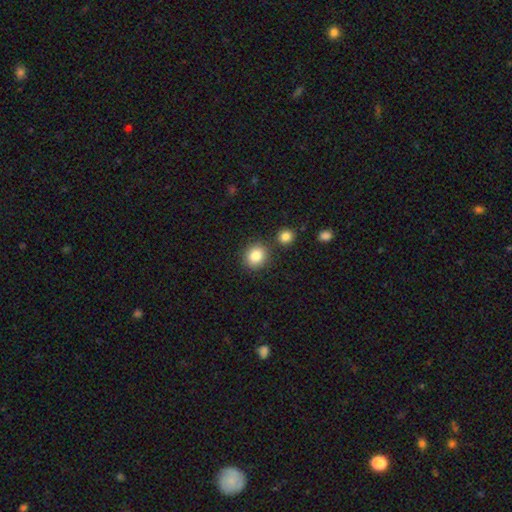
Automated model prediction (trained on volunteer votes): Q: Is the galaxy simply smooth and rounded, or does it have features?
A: smooth — 85%.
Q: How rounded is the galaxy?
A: round — 82%.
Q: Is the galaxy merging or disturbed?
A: none — 82%.